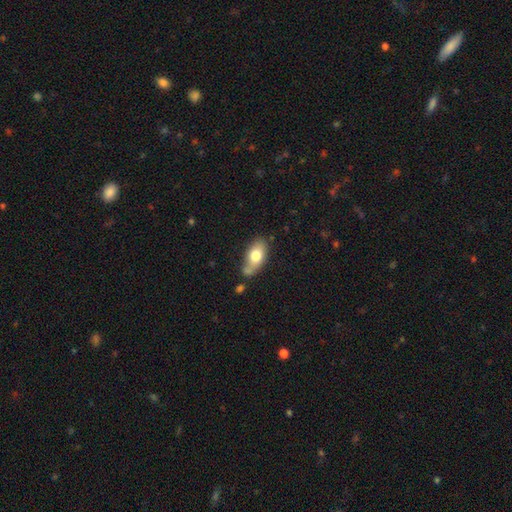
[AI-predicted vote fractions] smooth 72%, featured or disk 21%, star or artifact 7%. Down the decision tree: how rounded — in between (89%); merging — none (56%).